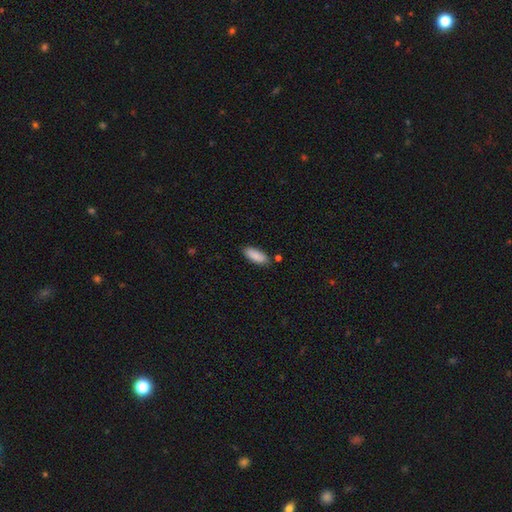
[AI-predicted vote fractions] Smooth or featured? smooth (88%)
How rounded? in between (76%)
Merging? none (82%)